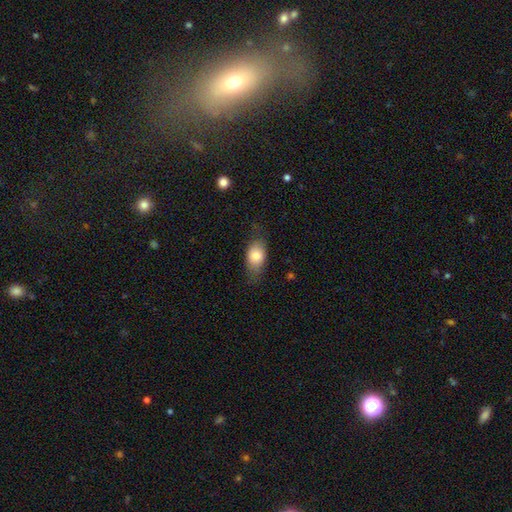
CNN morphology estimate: Smooth or featured? smooth (79%)
How rounded? in between (85%)
Merging? none (69%)